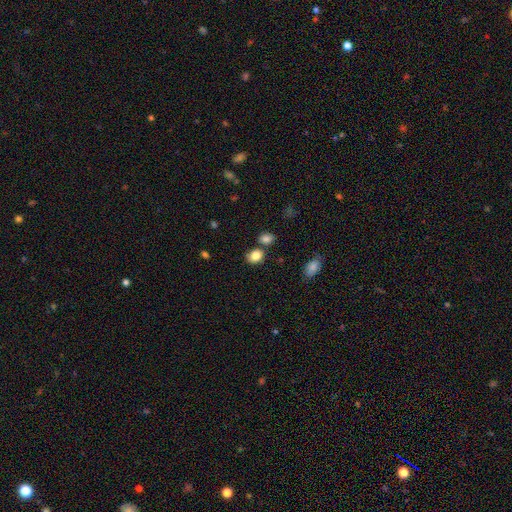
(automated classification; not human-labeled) Smooth or featured?
  - smooth: 84% *
  - star or artifact: 10%
  - featured or disk: 7%
How rounded?
  - round: 51% *
  - in between: 48%
  - cigar-shaped: 1%
Merging?
  - none: 65% *
  - merger: 16%
  - minor disturbance: 15%
  - major disturbance: 4%